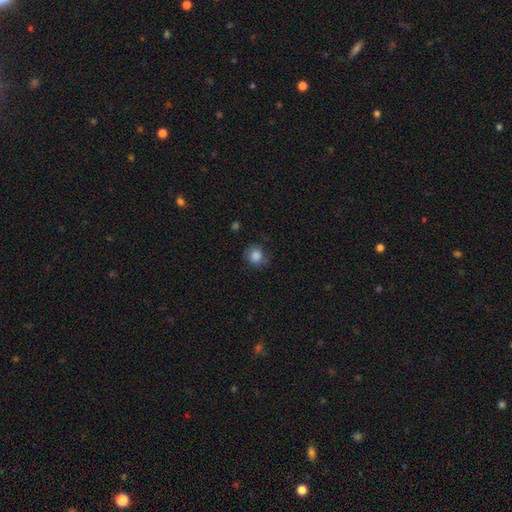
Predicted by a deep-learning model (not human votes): This appears to be a smooth galaxy with no disk features (84%) that is round (82%). Merging: none (64%).